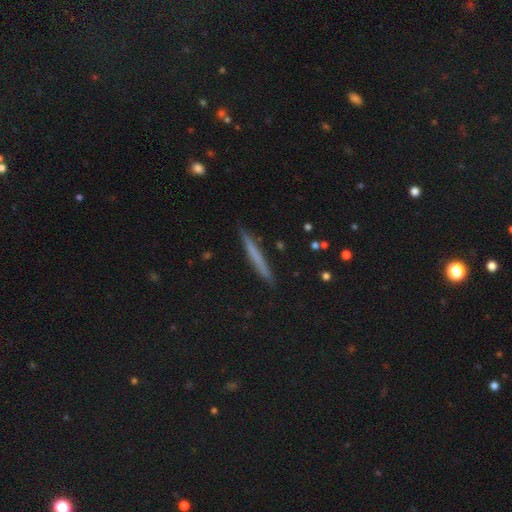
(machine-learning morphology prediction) smooth-or-featured: smooth: 60% | featured or disk: 34% | star or artifact: 6%
  how-rounded: cigar-shaped: 97% | in between: 2% | round: 1%
  merging: none: 91% | minor disturbance: 7% | major disturbance: 1% | merger: 1%